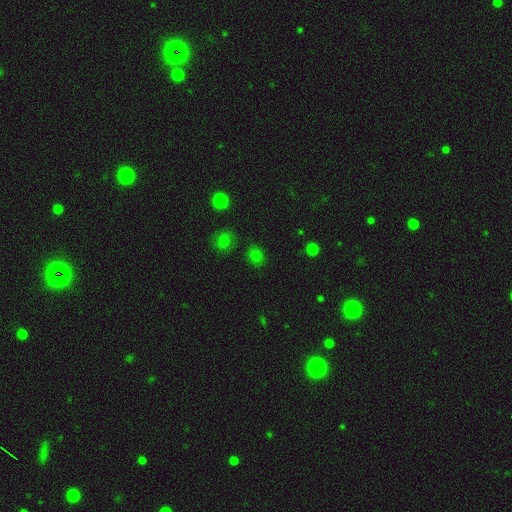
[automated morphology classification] Smooth or featured? smooth (73%)
How rounded? round (67%)
Merging? none (82%)